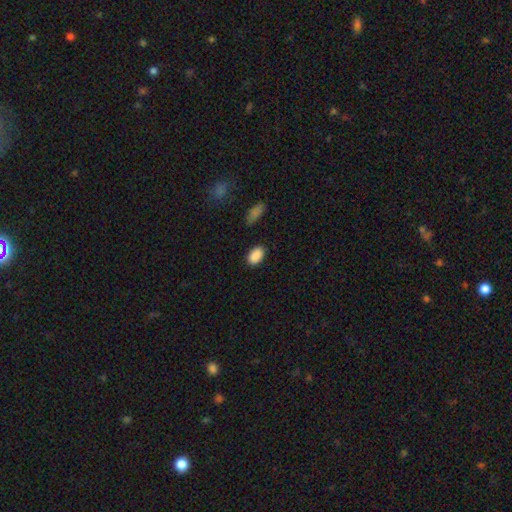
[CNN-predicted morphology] The model was most divided on "merging": none: 86%, minor disturbance: 10%, major disturbance: 2%, merger: 2%. More confident: smooth or featured — smooth (89%); how rounded — in between (89%).